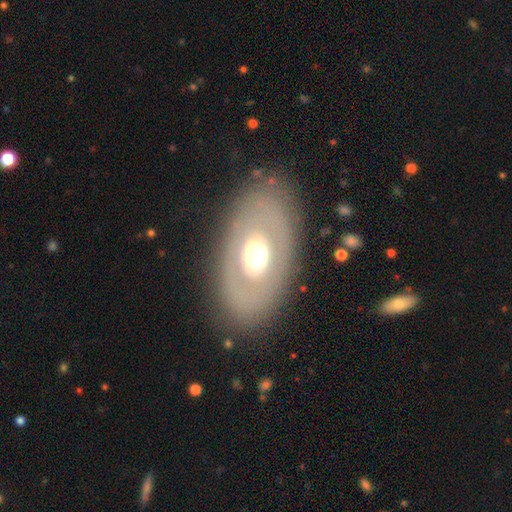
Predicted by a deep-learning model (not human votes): A smooth galaxy with no disk features (46%, tied with featured or disk). Merging: none (83%).